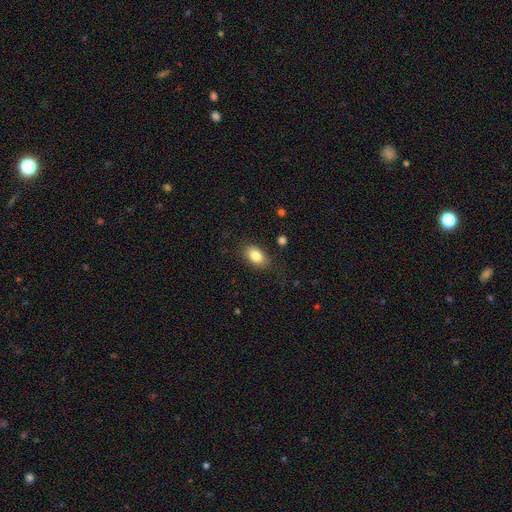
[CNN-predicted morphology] This appears to be a smooth galaxy with no disk features (83%) that is in between round and cigar-shaped (86%). Merging: none (81%).